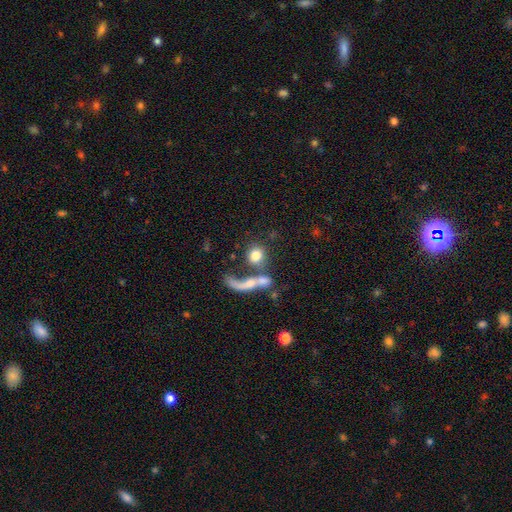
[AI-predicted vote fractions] smooth_or_featured: smooth (p=0.70) [alt: featured or disk p=0.20]
how_rounded: round (p=0.72) [alt: in between p=0.22]
merging: merger (p=0.43) [alt: none p=0.33]